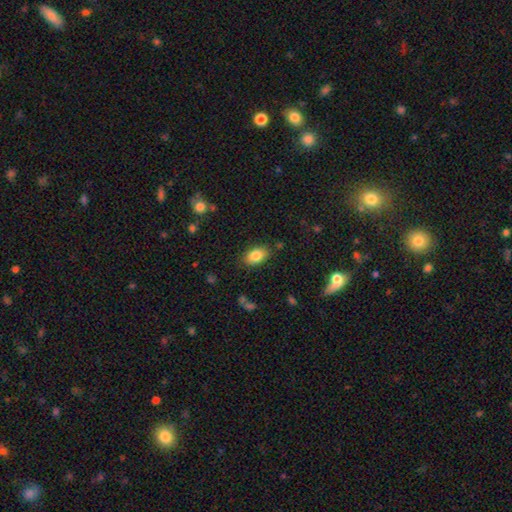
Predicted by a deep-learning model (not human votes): Smooth or featured? Predicted: smooth (p=0.84). How rounded? Predicted: in between (p=0.90). Merging? Predicted: none (p=0.84).